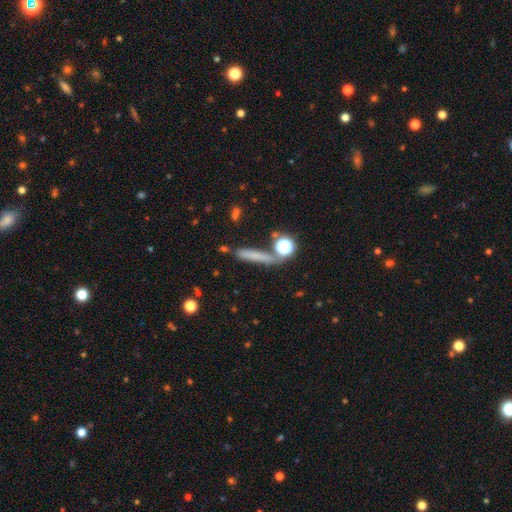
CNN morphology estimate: Smooth or featured? Predicted: smooth (p=0.65). How rounded? Predicted: cigar-shaped (p=0.80). Merging? Predicted: none (p=0.71).